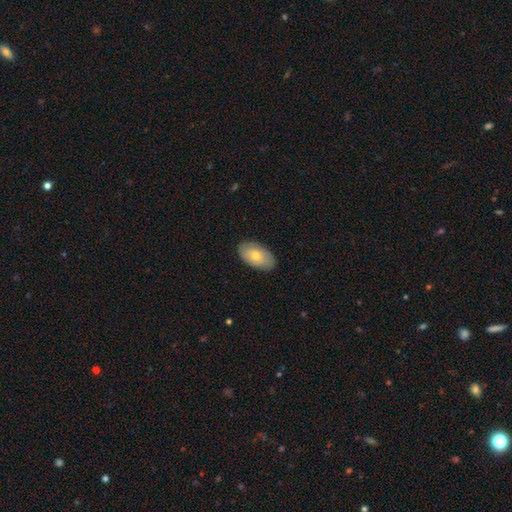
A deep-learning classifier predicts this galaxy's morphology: This appears to be a smooth galaxy with no disk features (67%) that is in between round and cigar-shaped (94%). Merging: none (86%).